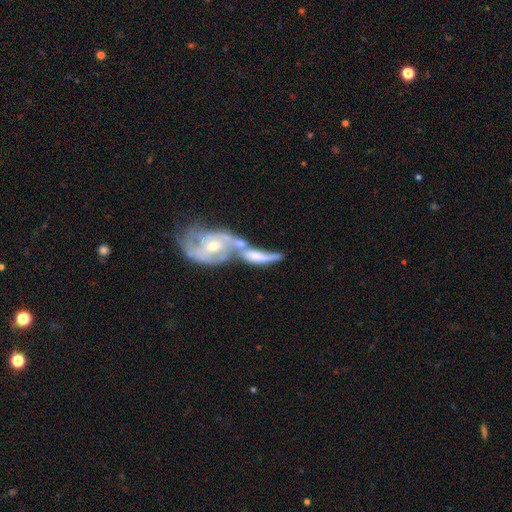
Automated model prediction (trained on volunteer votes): featured or disk 75%, smooth 19%, star or artifact 6%. Down the decision tree: edge-on disk — no (85%); bar — no (56%); spiral arms — yes (83%); spiral arm count — 2 (67%); spiral winding — medium (38%); bulge size — moderate (50%); merging — merger (73%).